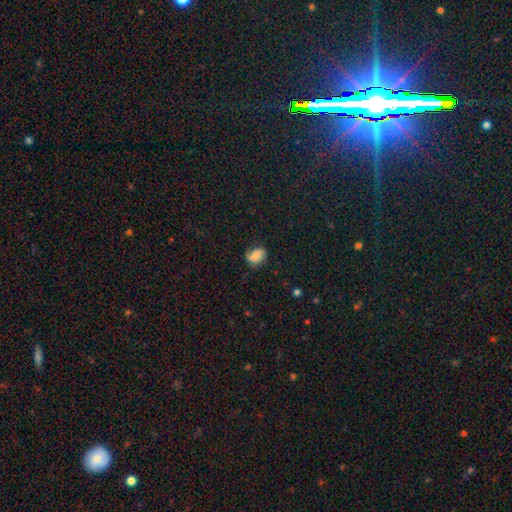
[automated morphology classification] A smooth galaxy with no disk features (66%) that is in between round and cigar-shaped (66%). Merging: none (63%).